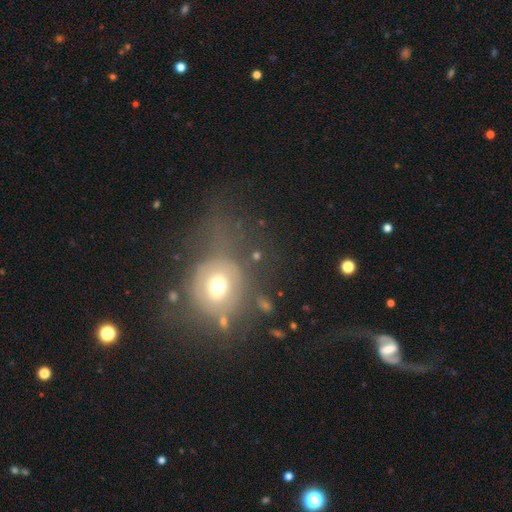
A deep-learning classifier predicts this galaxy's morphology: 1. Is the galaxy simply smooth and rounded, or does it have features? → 55% smooth, 27% featured or disk, 18% star or artifact.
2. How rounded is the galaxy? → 75% round, 24% in between, 2% cigar-shaped.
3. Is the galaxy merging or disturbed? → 40% none, 36% major disturbance, 18% minor disturbance, 6% merger.